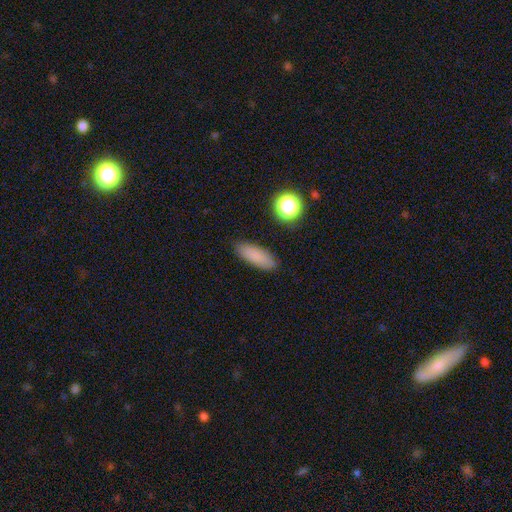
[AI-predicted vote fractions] Smooth or featured: smooth — 83% (star or artifact — 10%)
How rounded: in between — 58% (cigar-shaped — 39%)
Merging: none — 87% (minor disturbance — 9%)